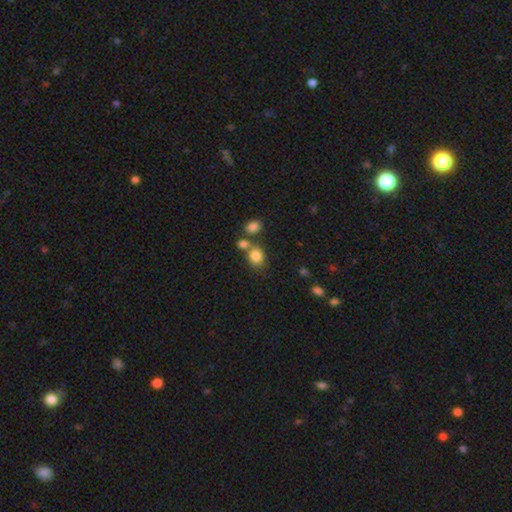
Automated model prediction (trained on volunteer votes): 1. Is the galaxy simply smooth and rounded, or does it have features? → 83% smooth, 10% star or artifact, 7% featured or disk.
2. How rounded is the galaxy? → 57% round, 42% in between, 1% cigar-shaped.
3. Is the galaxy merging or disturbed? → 51% none, 31% merger, 12% minor disturbance, 5% major disturbance.